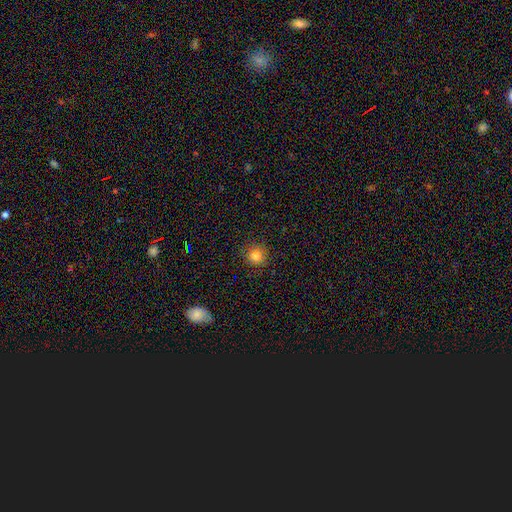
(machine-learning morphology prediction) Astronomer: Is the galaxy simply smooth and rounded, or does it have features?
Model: smooth — 83%.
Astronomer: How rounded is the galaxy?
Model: round — 92%.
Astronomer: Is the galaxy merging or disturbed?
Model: none — 88%.